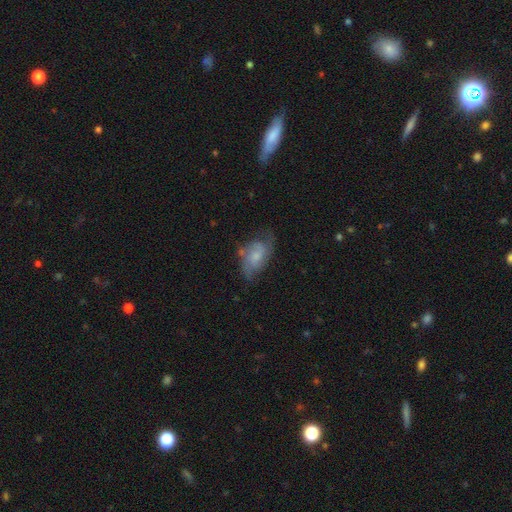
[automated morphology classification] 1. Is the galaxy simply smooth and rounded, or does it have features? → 58% featured or disk, 34% smooth, 8% star or artifact.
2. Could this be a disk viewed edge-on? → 96% no, 4% yes.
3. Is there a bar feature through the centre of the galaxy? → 68% no, 28% weak, 4% strong.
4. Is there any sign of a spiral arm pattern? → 82% yes, 18% no.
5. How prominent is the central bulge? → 45% small, 35% moderate, 13% none, 5% large, 1% dominant.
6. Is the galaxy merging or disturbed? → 50% none, 29% minor disturbance, 18% major disturbance, 4% merger.